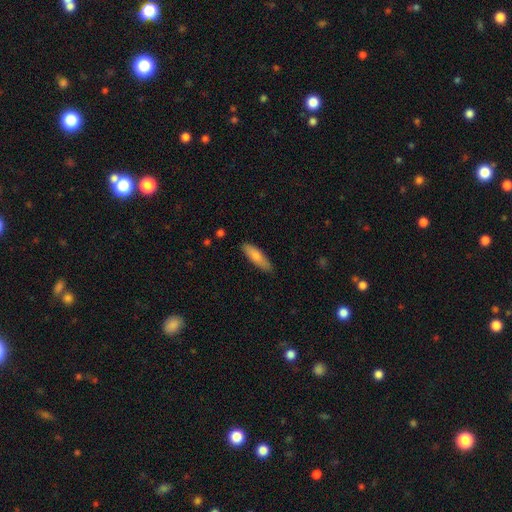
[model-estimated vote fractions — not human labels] smooth 81%, featured or disk 13%, star or artifact 6%. Down the decision tree: how rounded — cigar-shaped (57%); merging — none (84%).